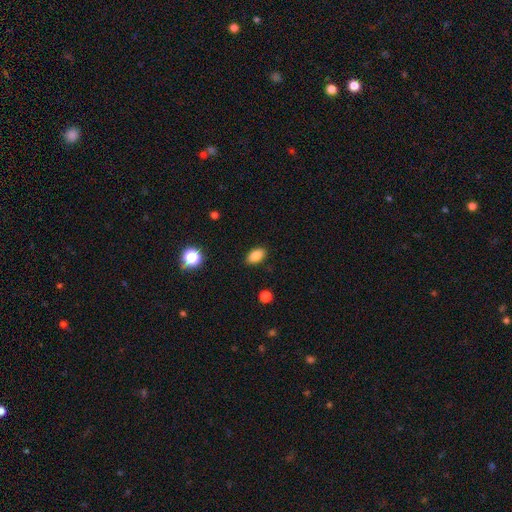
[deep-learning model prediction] A smooth galaxy with no disk features (85%) that is in between round and cigar-shaped (89%).

Vote fractions:
- Smooth or featured? smooth: 85% / star or artifact: 10% / featured or disk: 5%
- How rounded? in between: 89% / round: 9% / cigar-shaped: 2%
- Merging? none: 88% / minor disturbance: 9% / major disturbance: 2% / merger: 1%